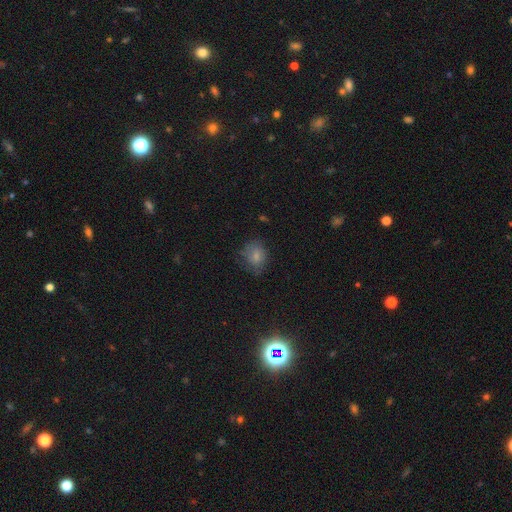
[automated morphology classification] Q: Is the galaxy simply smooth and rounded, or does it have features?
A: smooth — 76%.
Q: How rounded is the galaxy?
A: round — 54%.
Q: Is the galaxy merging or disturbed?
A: none — 59%.